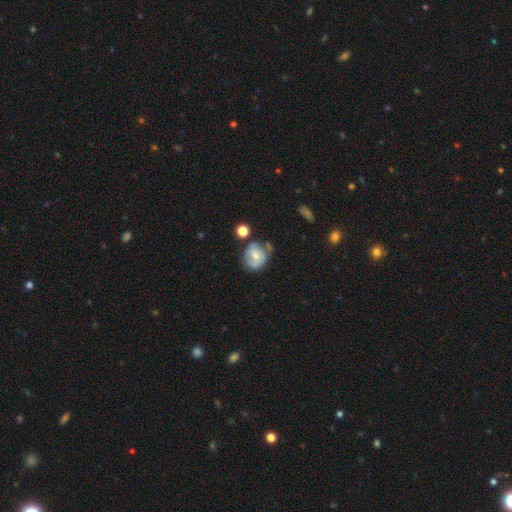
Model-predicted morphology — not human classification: Q: Smooth or featured?
A: featured or disk (52%); runner-up: smooth (40%)
Q: Edge-on disk?
A: no (97%); runner-up: yes (3%)
Q: Bar?
A: no (47%); runner-up: weak (42%)
Q: Spiral arms?
A: yes (72%); runner-up: no (28%)
Q: Bulge size?
A: moderate (51%); runner-up: small (40%)
Q: Merging?
A: none (53%); runner-up: minor disturbance (26%)